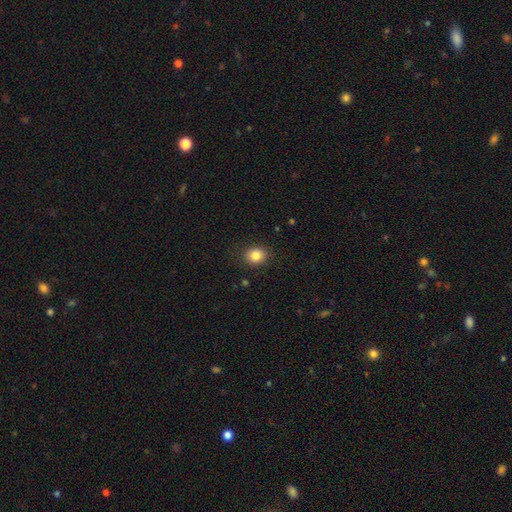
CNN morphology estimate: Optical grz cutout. It shows a smooth galaxy with no disk features (84%) that is round (66%). Merging: none (88%).